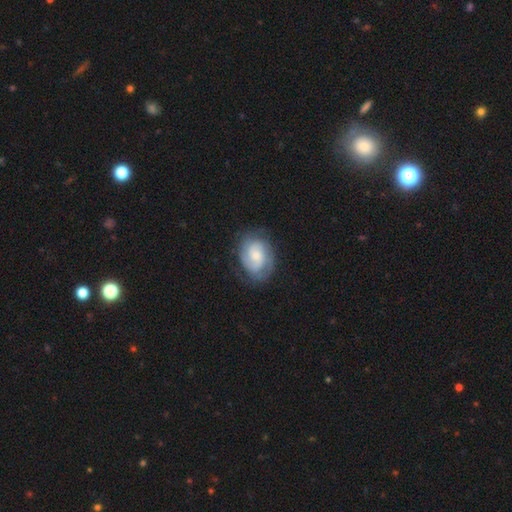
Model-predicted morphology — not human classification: This is likely a featured or disk galaxy (69%). It is clearly not viewed edge-on (98%). Bar: possibly no (59%). Spiral arm pattern: clearly yes (92%). Spiral arm count: likely 2 (64%). Spiral winding: possibly tight (50%). Central bulge: marginally moderate (43%). Merging: likely none (73%).